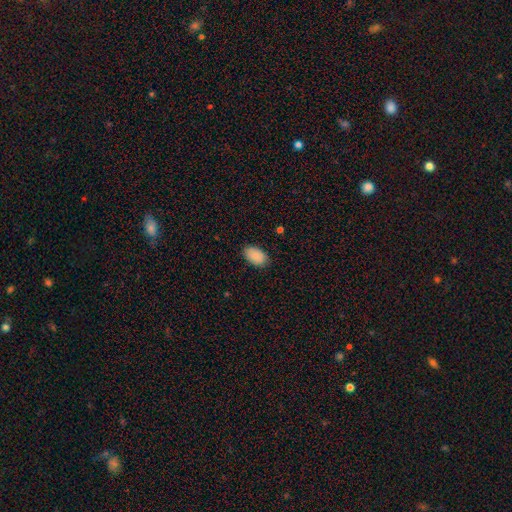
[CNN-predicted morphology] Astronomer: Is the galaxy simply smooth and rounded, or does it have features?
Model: smooth — 88%.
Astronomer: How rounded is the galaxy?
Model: in between — 93%.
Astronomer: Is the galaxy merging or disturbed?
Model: none — 86%.